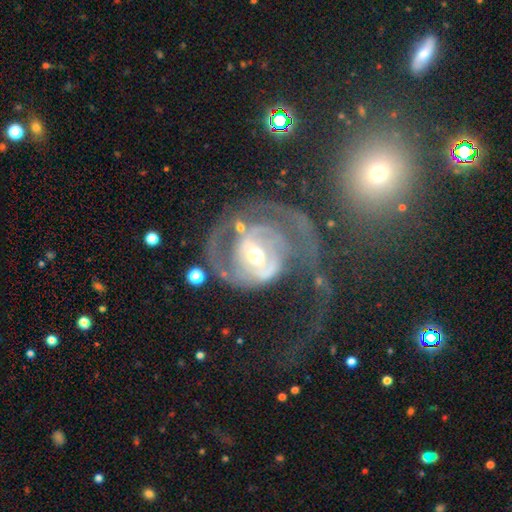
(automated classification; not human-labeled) A featured or disk galaxy (85%) with a weak bar (41%), 2 (48%) tight (40%) spiral arms (86%) and a moderate central bulge (68%). Merging: major disturbance (44%).